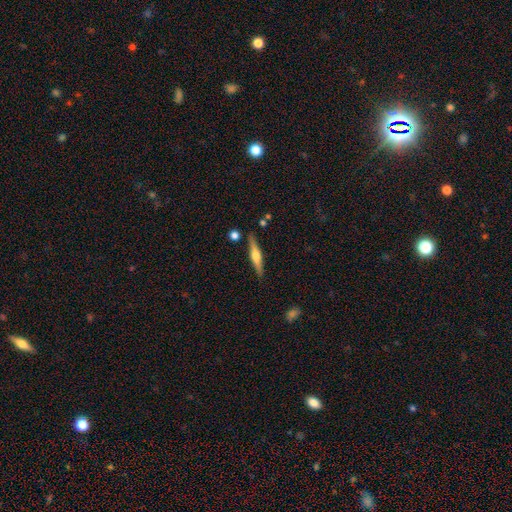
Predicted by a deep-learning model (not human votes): Smooth or featured: featured or disk — 65% (smooth — 29%)
Edge-on disk: yes — 97% (no — 3%)
Edge-on bulge: rounded — 86% (boxy — 10%)
Merging: none — 86% (minor disturbance — 9%)